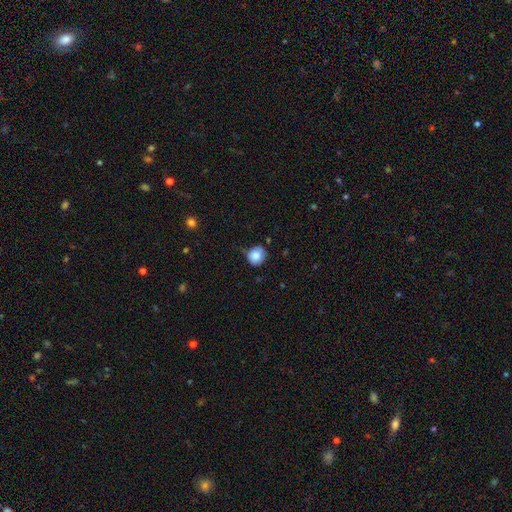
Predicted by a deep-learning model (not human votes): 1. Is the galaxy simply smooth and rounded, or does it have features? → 83% smooth, 9% star or artifact, 8% featured or disk.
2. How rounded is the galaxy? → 82% round, 17% in between, 1% cigar-shaped.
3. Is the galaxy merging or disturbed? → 67% none, 25% minor disturbance, 4% major disturbance, 3% merger.